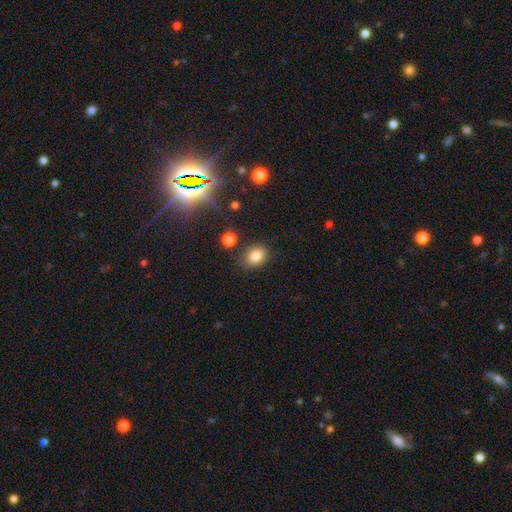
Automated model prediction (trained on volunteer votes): Q: Smooth or featured?
A: smooth (80%); runner-up: star or artifact (12%)
Q: How rounded?
A: in between (71%); runner-up: round (28%)
Q: Merging?
A: none (77%); runner-up: minor disturbance (14%)